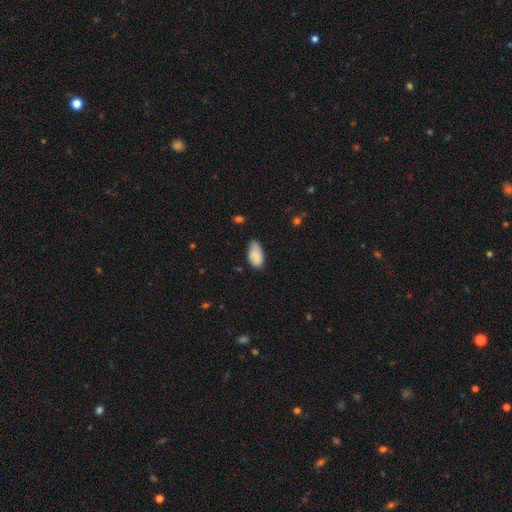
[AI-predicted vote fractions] Smooth or featured?
  - smooth: 86% *
  - star or artifact: 7%
  - featured or disk: 7%
How rounded?
  - in between: 94% *
  - round: 3%
  - cigar-shaped: 3%
Merging?
  - none: 53% *
  - minor disturbance: 39%
  - major disturbance: 6%
  - merger: 2%